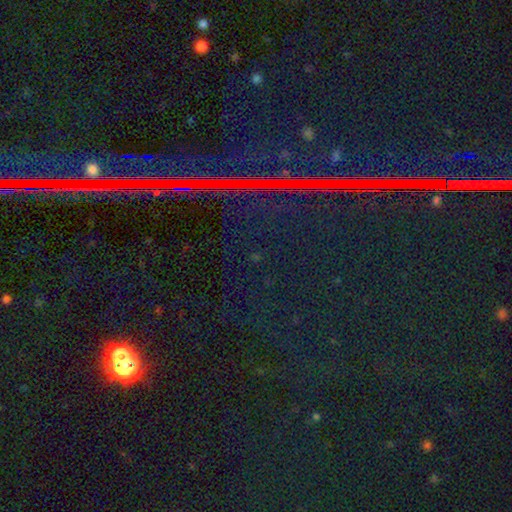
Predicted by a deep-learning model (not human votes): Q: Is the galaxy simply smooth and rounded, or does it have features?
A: star or artifact — 85%.